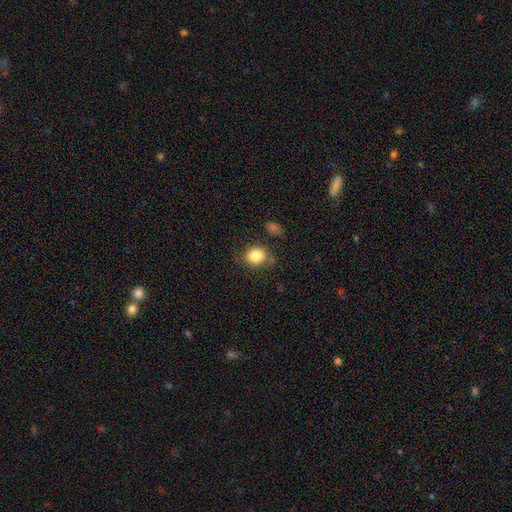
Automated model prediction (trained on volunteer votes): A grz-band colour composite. It shows a smooth galaxy with no disk features (84%) that is round (62%). Merging: none (68%).